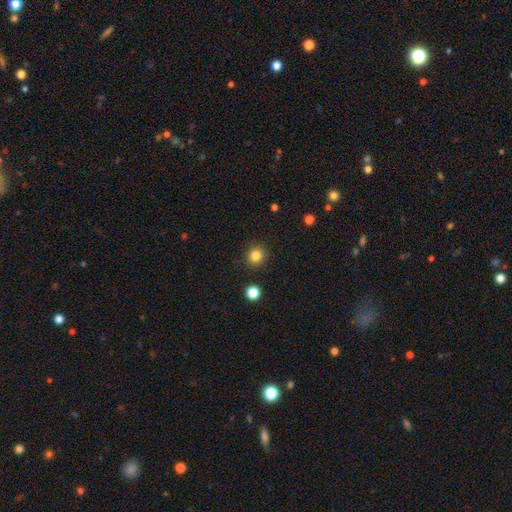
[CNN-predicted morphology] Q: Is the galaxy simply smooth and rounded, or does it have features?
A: smooth — 83%.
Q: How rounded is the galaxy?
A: round — 91%.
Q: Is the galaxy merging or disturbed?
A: none — 90%.